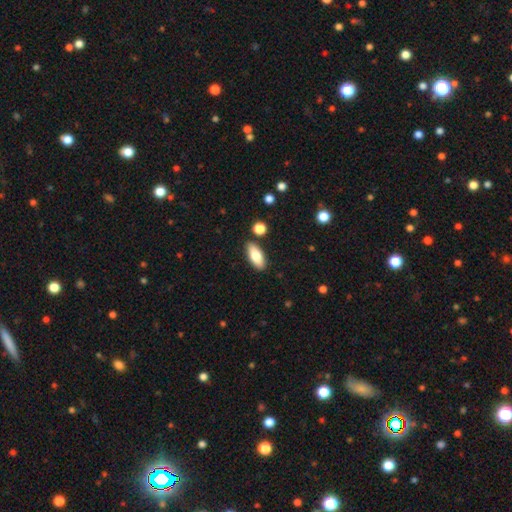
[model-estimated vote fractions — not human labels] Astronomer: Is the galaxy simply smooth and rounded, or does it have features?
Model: smooth — 79%.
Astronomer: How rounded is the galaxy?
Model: in between — 80%.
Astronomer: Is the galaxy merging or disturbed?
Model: none — 86%.